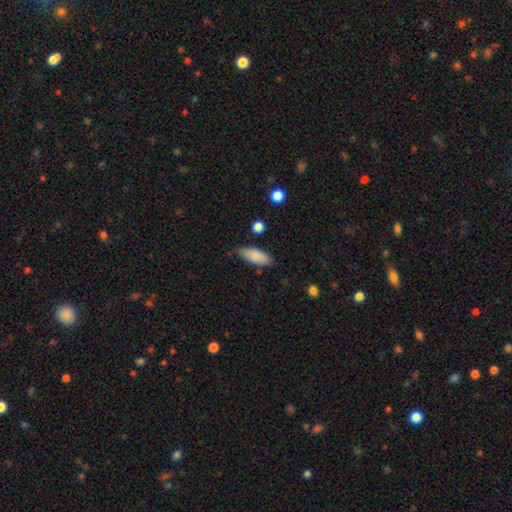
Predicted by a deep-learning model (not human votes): Smooth or featured? smooth (87%)
How rounded? in between (78%)
Merging? none (80%)